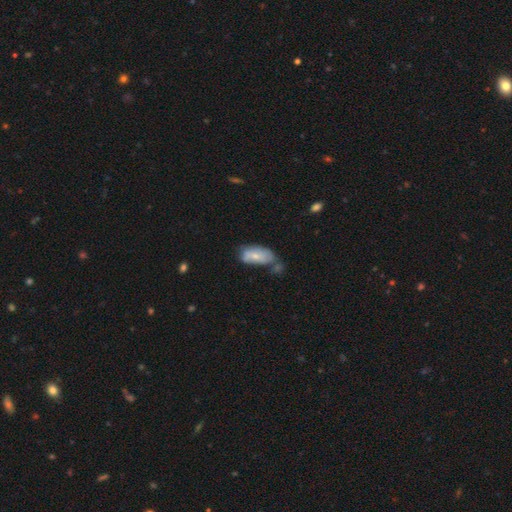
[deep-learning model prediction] smooth_or_featured: smooth (p=0.59) [alt: featured or disk p=0.34]
how_rounded: in between (p=0.91) [alt: cigar-shaped p=0.06]
merging: none (p=0.37) [alt: minor disturbance p=0.29]